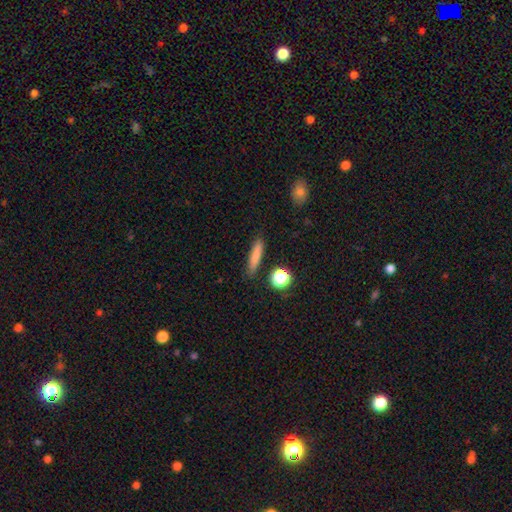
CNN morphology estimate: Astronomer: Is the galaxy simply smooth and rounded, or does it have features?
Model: smooth — 80%.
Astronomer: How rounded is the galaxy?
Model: cigar-shaped — 80%.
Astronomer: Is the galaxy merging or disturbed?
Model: none — 86%.